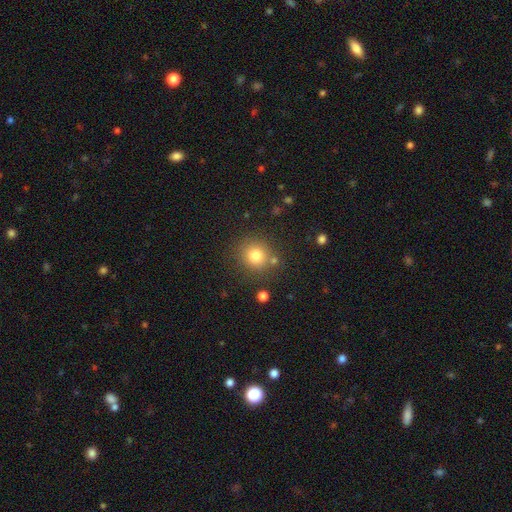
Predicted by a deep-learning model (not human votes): A smooth galaxy with no disk features (80%) that is round (88%).

Vote fractions:
- Smooth or featured? smooth: 80% / star or artifact: 13% / featured or disk: 8%
- How rounded? round: 88% / in between: 11% / cigar-shaped: 1%
- Merging? none: 79% / minor disturbance: 10% / merger: 7% / major disturbance: 4%